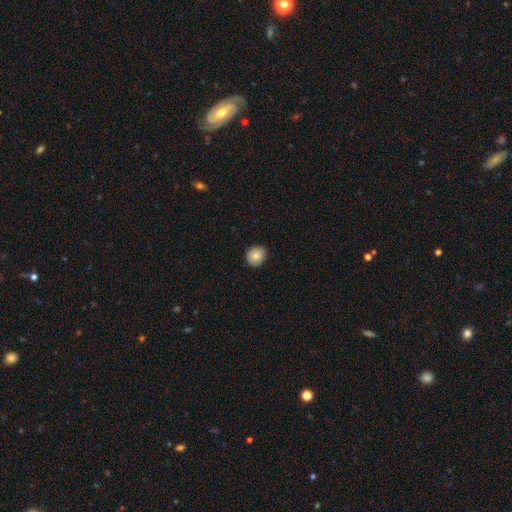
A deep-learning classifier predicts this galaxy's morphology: Q: Smooth or featured?
A: smooth (83%); runner-up: featured or disk (9%)
Q: How rounded?
A: round (81%); runner-up: in between (18%)
Q: Merging?
A: none (85%); runner-up: minor disturbance (12%)